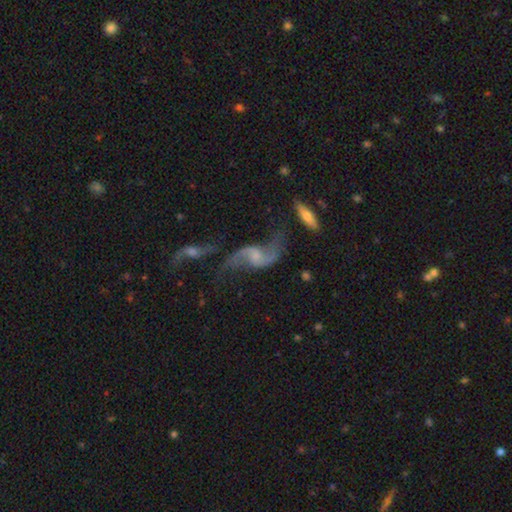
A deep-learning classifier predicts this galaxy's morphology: The model was most divided on "bar": no: 48%, weak: 42%, strong: 10%. Remaining: edge-on disk — no (94%); spiral arms — yes (92%); spiral arm count — 2 (91%); spiral winding — loose (88%); smooth or featured — featured or disk (85%); merging — none (50%); bulge size — small (43%).